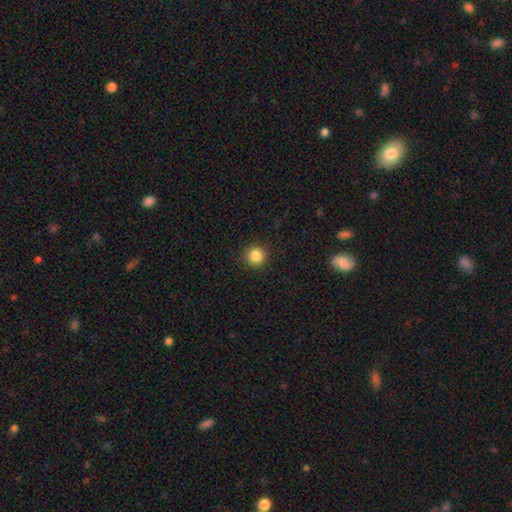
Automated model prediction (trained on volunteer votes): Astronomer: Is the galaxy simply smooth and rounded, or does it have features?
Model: smooth — 85%.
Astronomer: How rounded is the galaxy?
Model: round — 94%.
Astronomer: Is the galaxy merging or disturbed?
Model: none — 91%.